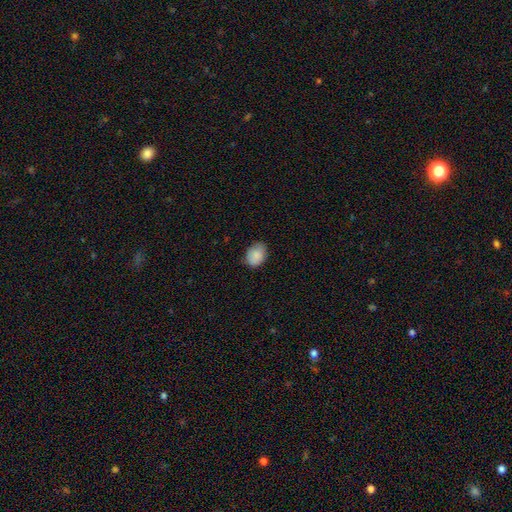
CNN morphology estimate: This appears to be a smooth galaxy with no disk features (87%) that is in between round and cigar-shaped (71%). Merging: none (77%).